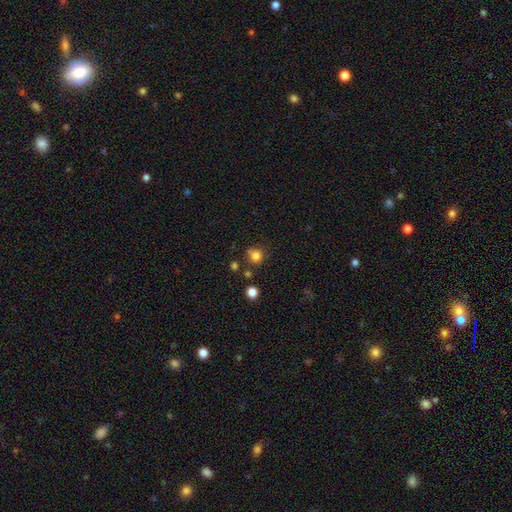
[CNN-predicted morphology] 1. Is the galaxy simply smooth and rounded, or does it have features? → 80% smooth, 14% star or artifact, 6% featured or disk.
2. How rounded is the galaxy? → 88% round, 11% in between, 1% cigar-shaped.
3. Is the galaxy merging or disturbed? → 72% none, 14% minor disturbance, 9% merger, 5% major disturbance.